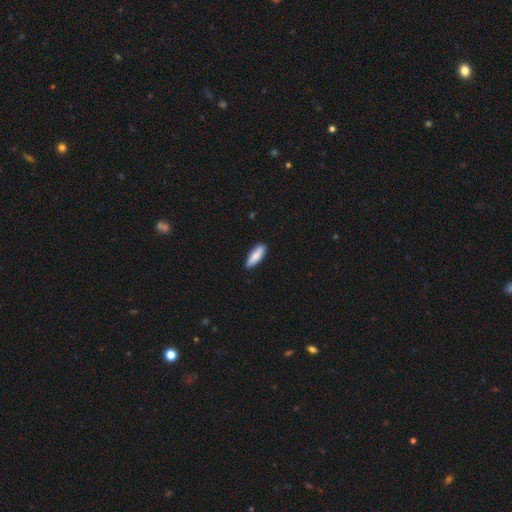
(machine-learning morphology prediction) Smooth or featured: smooth — 83% (featured or disk — 12%)
How rounded: cigar-shaped — 52% (in between — 46%)
Merging: none — 86% (minor disturbance — 11%)